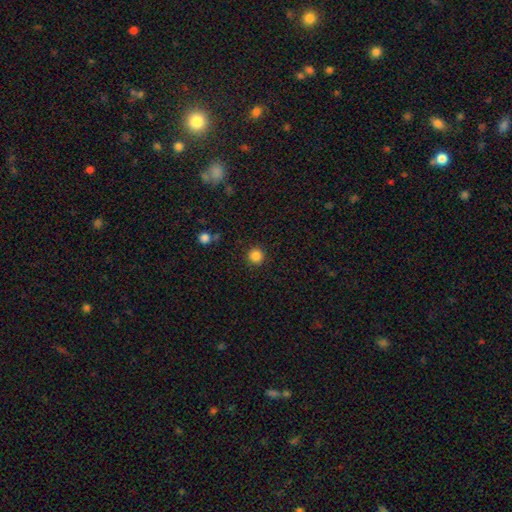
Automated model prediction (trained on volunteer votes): Smooth or featured? smooth (85%)
How rounded? round (96%)
Merging? none (91%)